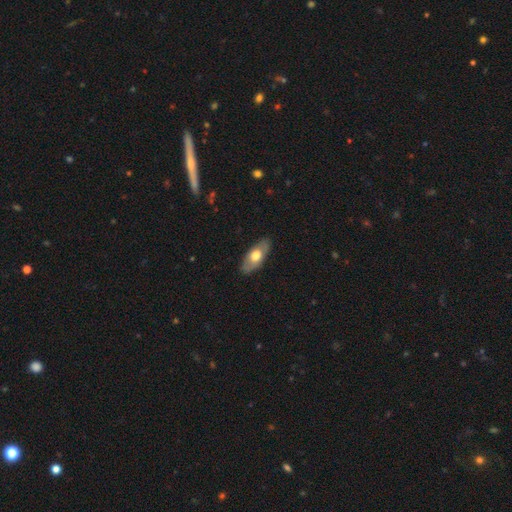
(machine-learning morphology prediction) This is possibly a smooth galaxy (58%). How rounded: clearly in between (85%). Merging: clearly none (84%).